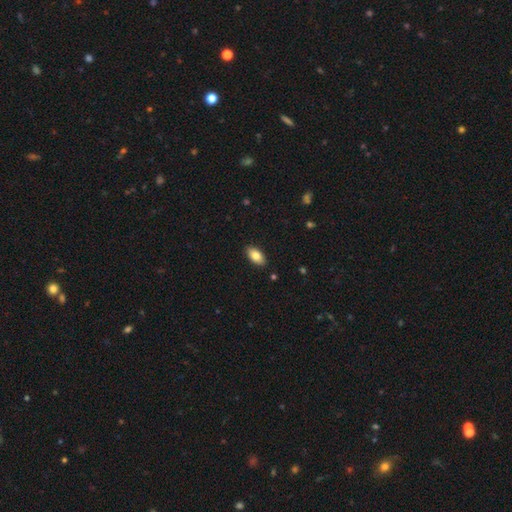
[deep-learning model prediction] Smooth or featured?
  - smooth: 82% *
  - featured or disk: 11%
  - star or artifact: 7%
How rounded?
  - in between: 93% *
  - cigar-shaped: 4%
  - round: 3%
Merging?
  - none: 89% *
  - minor disturbance: 8%
  - major disturbance: 2%
  - merger: 1%